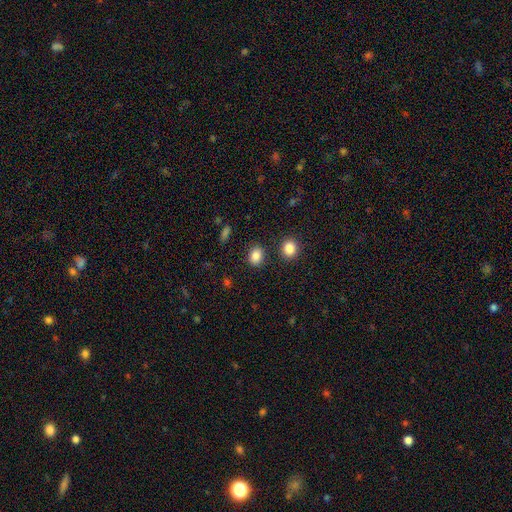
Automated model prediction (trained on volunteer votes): This appears to be a smooth galaxy with no disk features (86%) that is in between round and cigar-shaped (54%). Merging: none (84%).